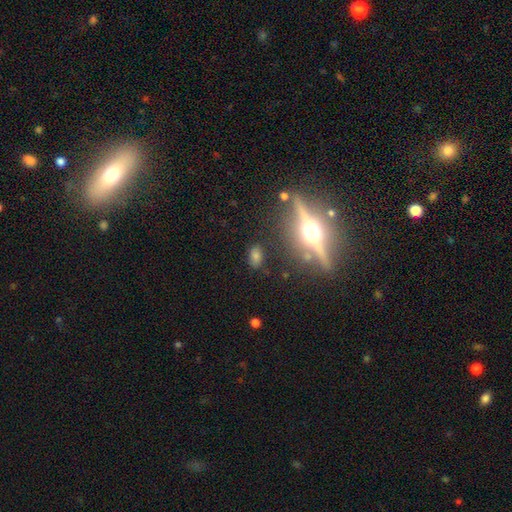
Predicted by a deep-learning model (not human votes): Smooth or featured: smooth — 46% (featured or disk — 37%)
Merging: none — 81% (minor disturbance — 11%)